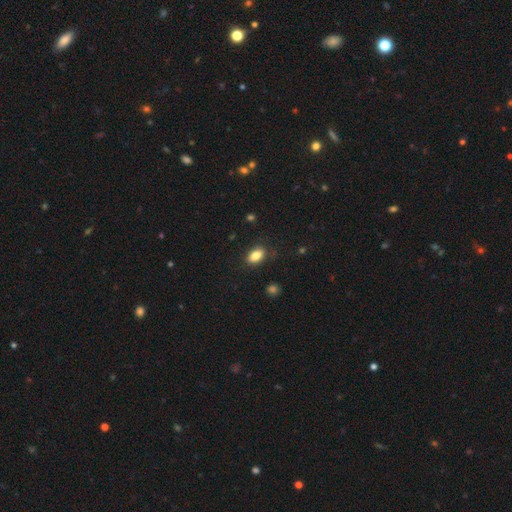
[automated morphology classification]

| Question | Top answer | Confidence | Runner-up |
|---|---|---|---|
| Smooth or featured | smooth | 85% | star or artifact (9%) |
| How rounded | in between | 89% | round (8%) |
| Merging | none | 84% | minor disturbance (12%) |